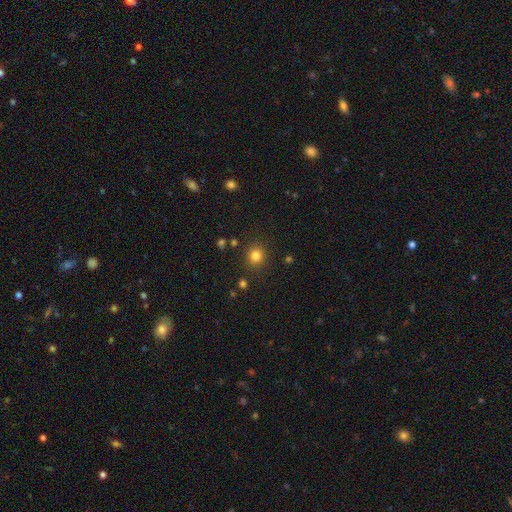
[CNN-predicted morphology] Smooth or featured: smooth — 81% (star or artifact — 13%)
How rounded: round — 86% (in between — 13%)
Merging: none — 88% (minor disturbance — 7%)